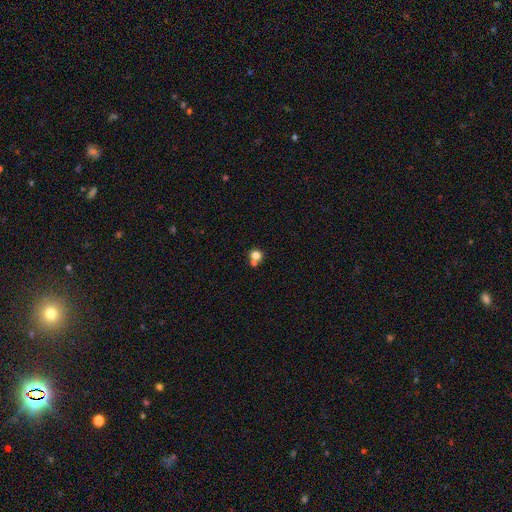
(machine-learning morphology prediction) Q: Smooth or featured?
A: smooth (79%); runner-up: star or artifact (12%)
Q: How rounded?
A: round (84%); runner-up: in between (15%)
Q: Merging?
A: none (48%); runner-up: merger (41%)